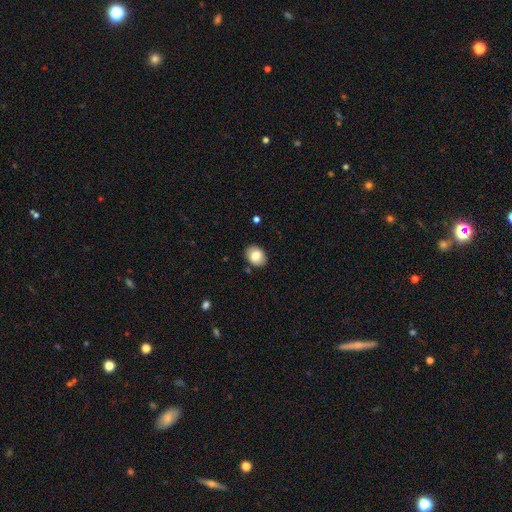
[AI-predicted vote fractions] This appears to be a smooth galaxy with no disk features (80%) that is in between round and cigar-shaped (63%). Merging: none (86%).